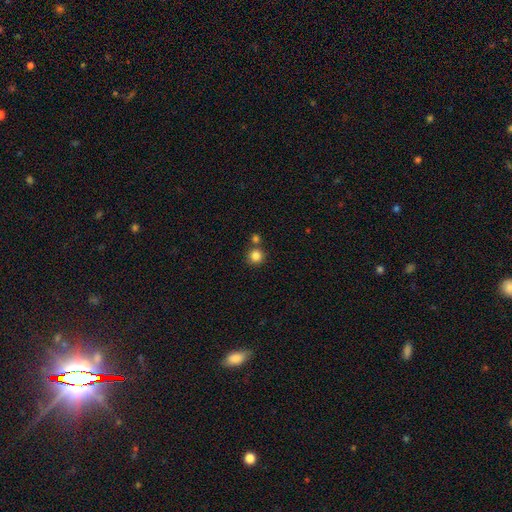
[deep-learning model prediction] Morphology: type=smooth (84%); roundness=round (93%); merging=none (72%).